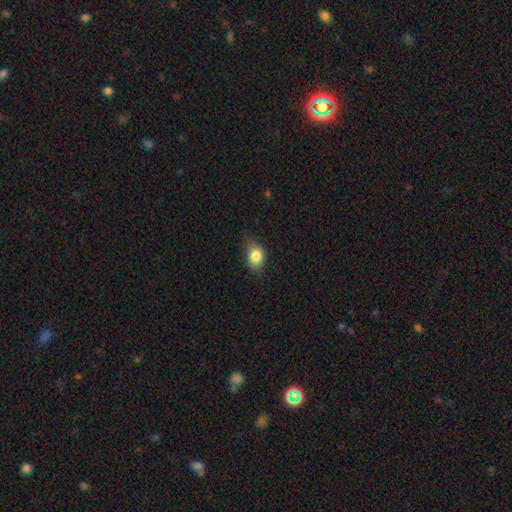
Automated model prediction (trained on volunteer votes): smooth_or_featured: smooth (p=0.83) [alt: star or artifact p=0.10]
how_rounded: in between (p=0.58) [alt: round p=0.41]
merging: none (p=0.68) [alt: minor disturbance p=0.26]